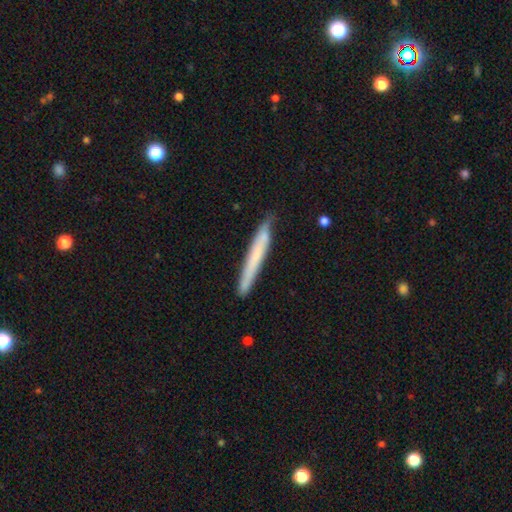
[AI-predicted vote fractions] Morphology: type=smooth (60%); roundness=cigar-shaped (96%); merging=none (81%).